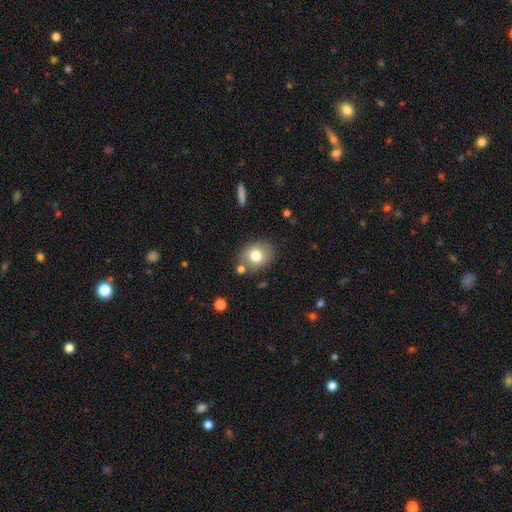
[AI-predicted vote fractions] This is likely a smooth galaxy (77%). How rounded: possibly round (53%). Merging: likely none (75%).